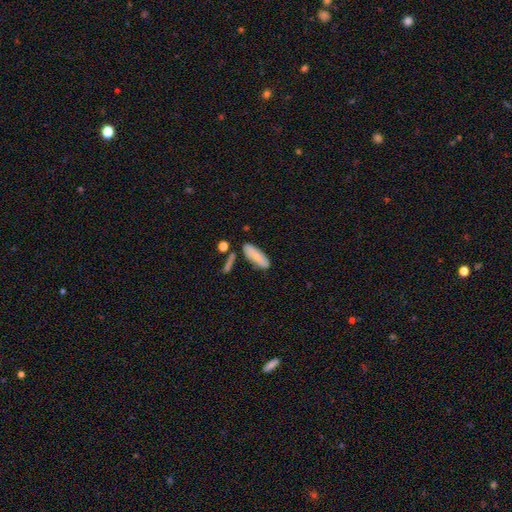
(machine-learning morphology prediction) This appears to be a smooth galaxy with no disk features (81%) that is in between round and cigar-shaped (55%). Merging: none (70%).